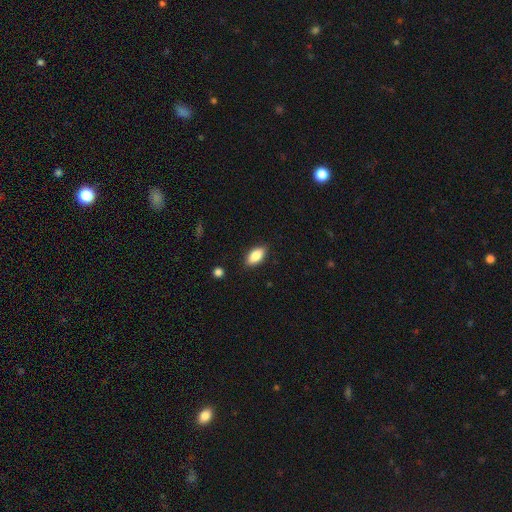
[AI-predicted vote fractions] smooth_or_featured: smooth (p=0.87) [alt: star or artifact p=0.07]
how_rounded: in between (p=0.91) [alt: cigar-shaped p=0.05]
merging: none (p=0.87) [alt: minor disturbance p=0.10]